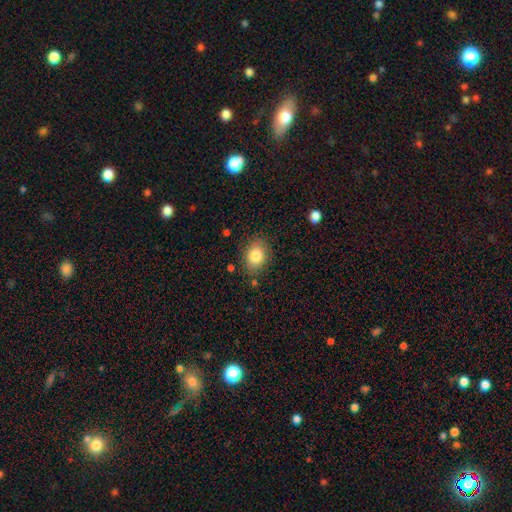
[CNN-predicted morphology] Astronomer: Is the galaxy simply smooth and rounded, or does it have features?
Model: smooth — 82%.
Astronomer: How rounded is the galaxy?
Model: in between — 64%.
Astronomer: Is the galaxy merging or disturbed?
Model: none — 82%.